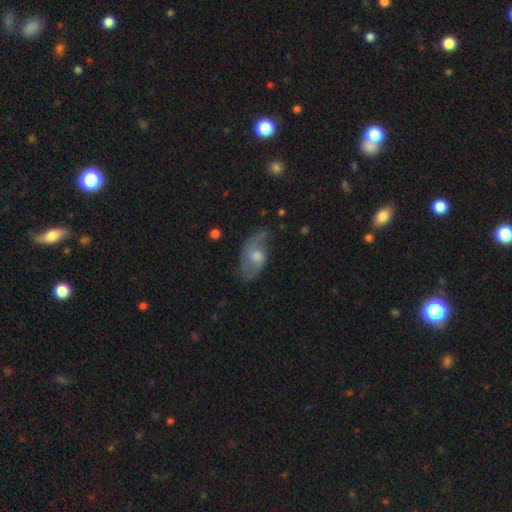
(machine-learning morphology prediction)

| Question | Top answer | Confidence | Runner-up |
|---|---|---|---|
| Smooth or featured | featured or disk | 64% | smooth (27%) |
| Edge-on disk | no | 92% | yes (8%) |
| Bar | no | 59% | weak (35%) |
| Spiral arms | yes | 83% | no (17%) |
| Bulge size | moderate | 58% | small (23%) |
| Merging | none | 60% | minor disturbance (25%) |